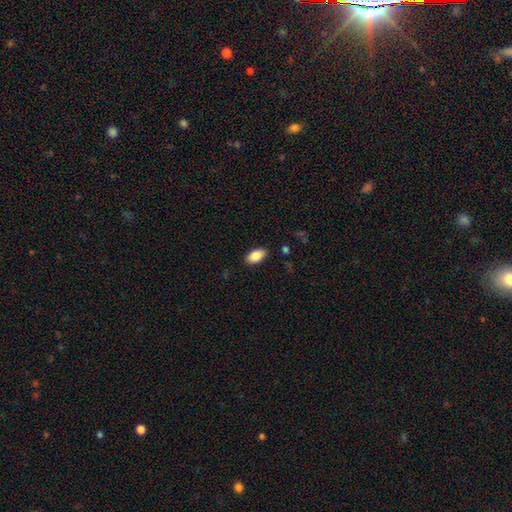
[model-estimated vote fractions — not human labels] This appears to be a smooth galaxy with no disk features (85%) that is in between round and cigar-shaped (93%). Merging: none (87%).